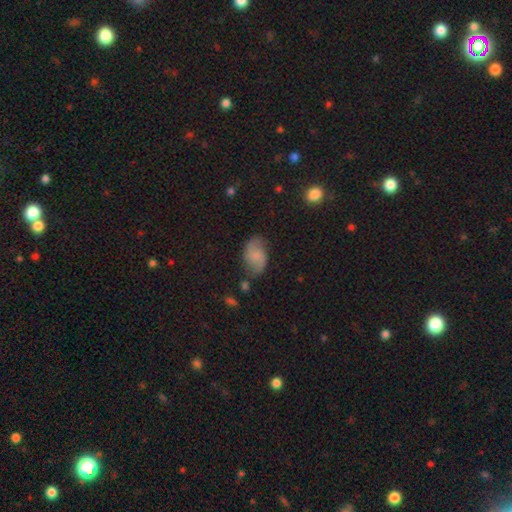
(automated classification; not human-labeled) smooth-or-featured: featured or disk: 46% | smooth: 45% | star or artifact: 9%
  merging: none: 70% | minor disturbance: 20% | major disturbance: 7% | merger: 3%